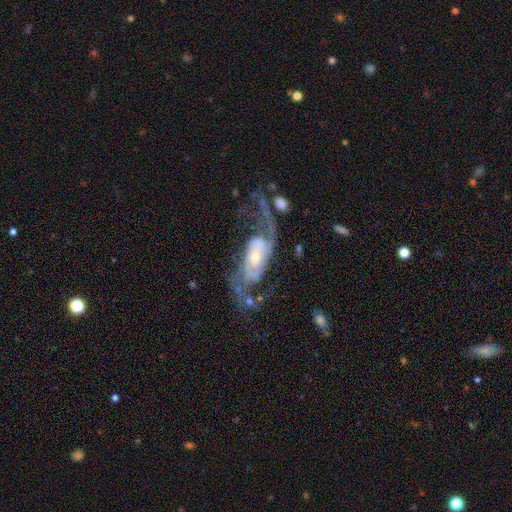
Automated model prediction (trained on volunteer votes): Q: Smooth or featured?
A: featured or disk (86%); runner-up: smooth (8%)
Q: Edge-on disk?
A: no (94%); runner-up: yes (6%)
Q: Bar?
A: no (58%); runner-up: weak (31%)
Q: Spiral arms?
A: yes (95%); runner-up: no (5%)
Q: Spiral winding?
A: medium (40%); tied with: loose (40%)
Q: Spiral arm count?
A: 2 (80%); runner-up: can't tell (8%)
Q: Bulge size?
A: small (50%); runner-up: moderate (41%)
Q: Merging?
A: none (50%); runner-up: major disturbance (28%)